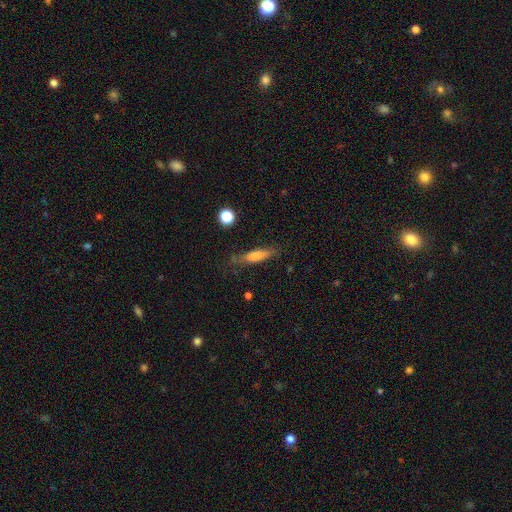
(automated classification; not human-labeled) Smooth or featured? Predicted: smooth (p=0.62). How rounded? Predicted: cigar-shaped (p=0.74). Merging? Predicted: none (p=0.72).